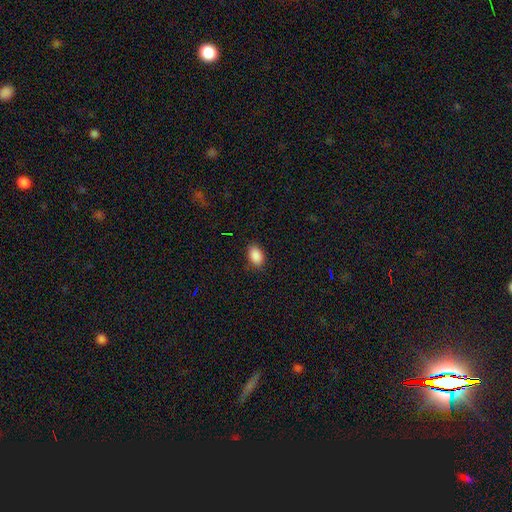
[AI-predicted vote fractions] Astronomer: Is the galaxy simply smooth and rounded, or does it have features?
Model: smooth — 89%.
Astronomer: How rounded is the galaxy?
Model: in between — 86%.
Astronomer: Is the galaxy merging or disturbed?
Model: none — 86%.